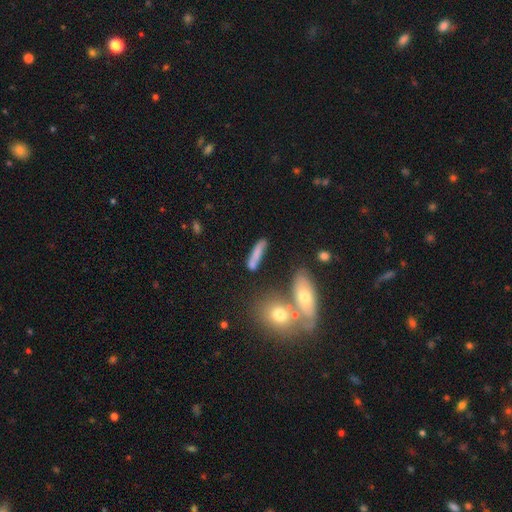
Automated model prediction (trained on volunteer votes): Smooth or featured? Predicted: smooth (p=0.73). How rounded? Predicted: cigar-shaped (p=0.82). Merging? Predicted: none (p=0.65).